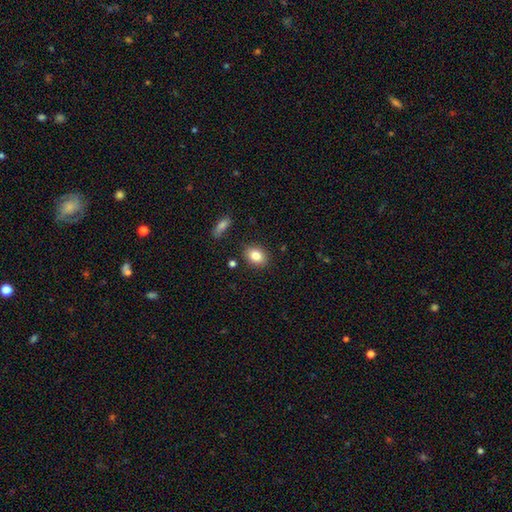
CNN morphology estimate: Smooth or featured: smooth — 84% (star or artifact — 9%)
How rounded: in between — 69% (round — 30%)
Merging: none — 85% (minor disturbance — 10%)